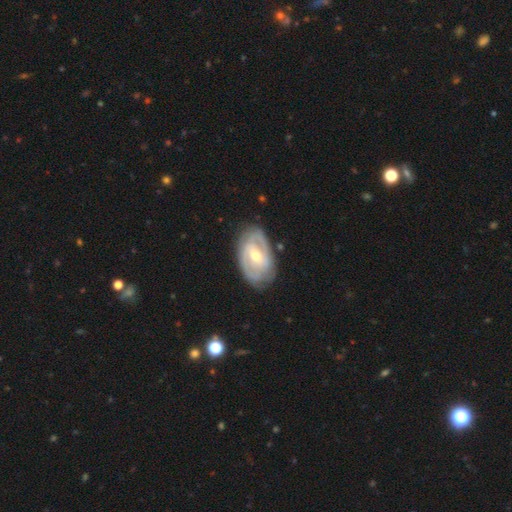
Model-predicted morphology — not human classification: Smooth or featured? Predicted: featured or disk (p=0.78). Edge-on disk? Predicted: no (p=0.95). Bar? Predicted: weak (p=0.48). Spiral arms? Predicted: yes (p=0.82). Spiral winding? Predicted: tight (p=0.58). Spiral arm count? Predicted: 2 (p=0.57). Bulge size? Predicted: moderate (p=0.59). Merging? Predicted: none (p=0.77).